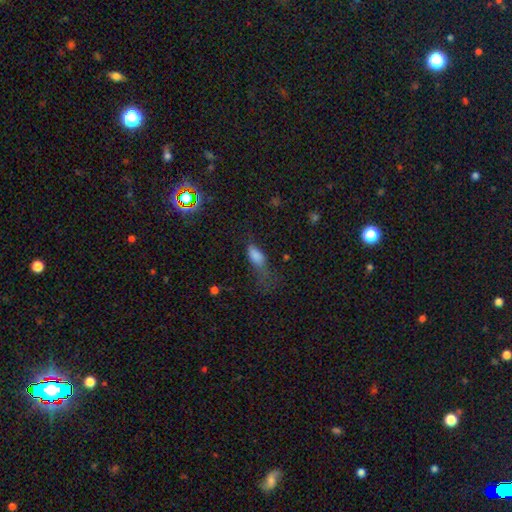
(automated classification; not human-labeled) A smooth galaxy with no disk features (73%) that is in between round and cigar-shaped (75%). Merging: major disturbance (39%).